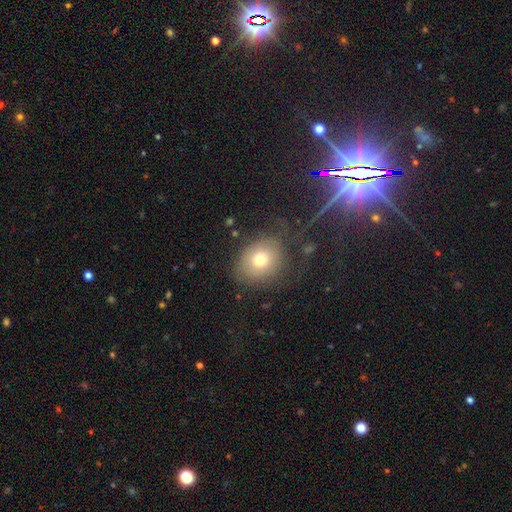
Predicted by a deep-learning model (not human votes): Morphology: type=smooth (61%); roundness=round (64%); merging=none (80%).